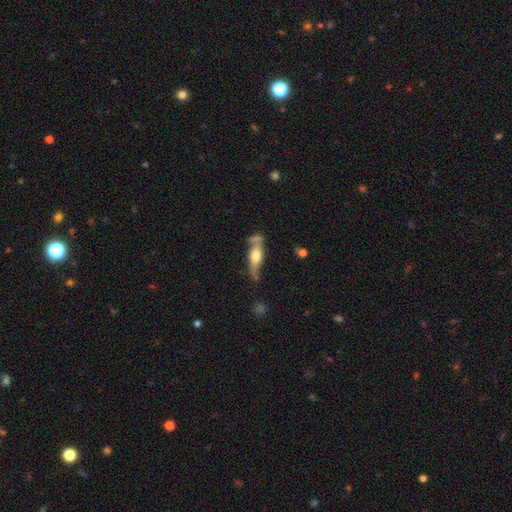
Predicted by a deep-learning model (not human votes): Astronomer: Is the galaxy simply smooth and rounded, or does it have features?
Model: featured or disk — 47% (runner-up: smooth, 46%).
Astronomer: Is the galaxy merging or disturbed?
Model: none — 52%.